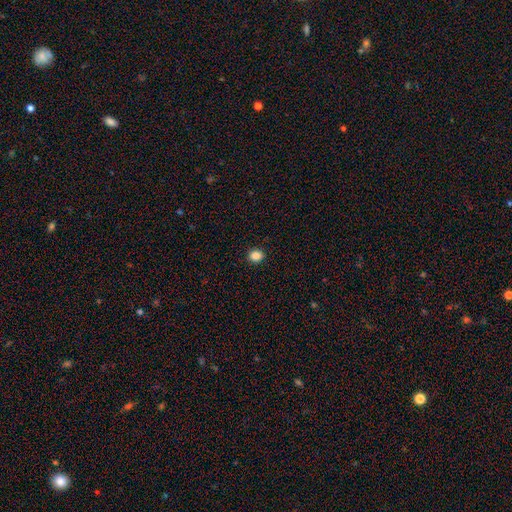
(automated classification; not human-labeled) This is clearly a smooth galaxy (85%). How rounded: likely round (71%). Merging: clearly none (92%).